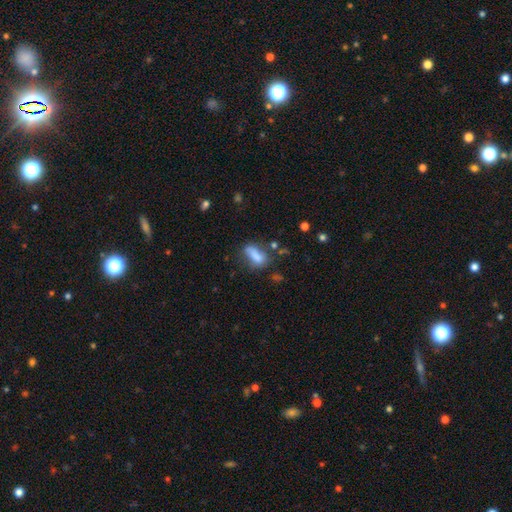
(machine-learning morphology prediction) This appears to be a smooth galaxy with no disk features (71%) that is in between round and cigar-shaped (78%). Merging: none (40%).